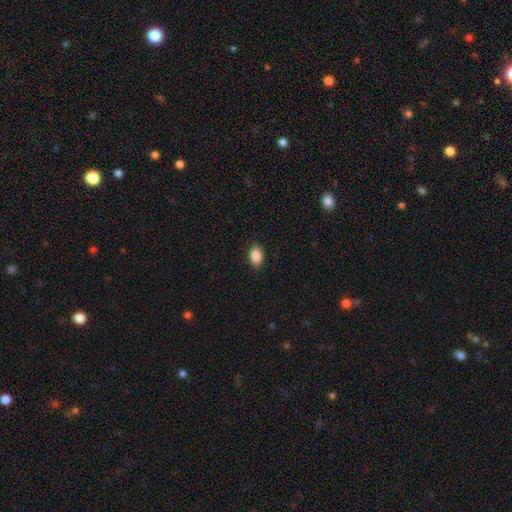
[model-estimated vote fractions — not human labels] Morphology: type=smooth (87%); roundness=in between (86%); merging=none (88%).